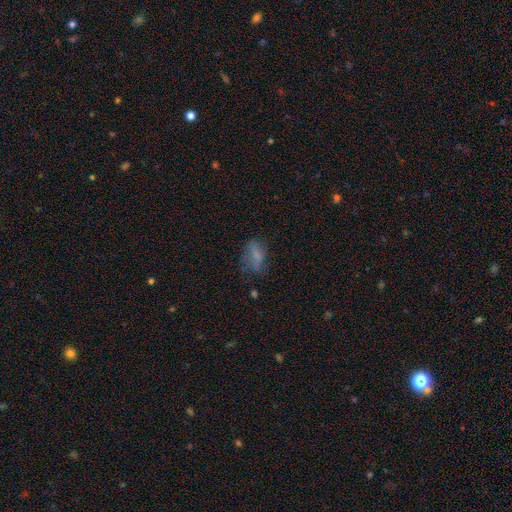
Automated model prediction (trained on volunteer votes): A smooth galaxy with no disk features (60%) that is in between round and cigar-shaped (79%). Merging: none (47%).